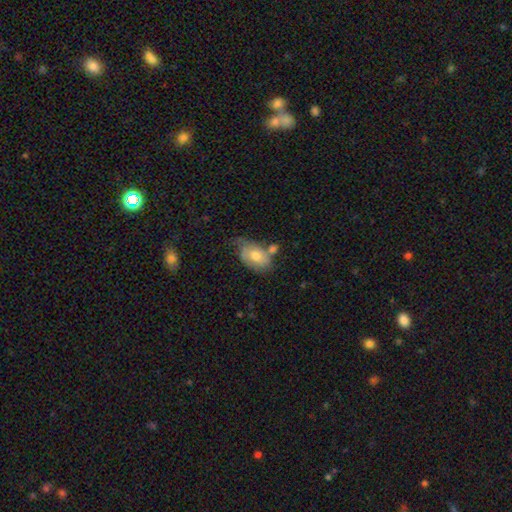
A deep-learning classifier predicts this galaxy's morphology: This appears to be a smooth galaxy with no disk features (58%) that is in between round and cigar-shaped (86%). Merging: none (38%).